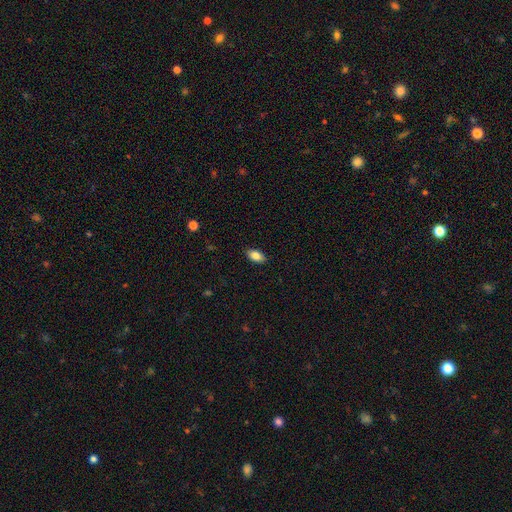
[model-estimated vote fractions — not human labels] Overall: smooth (84%). How rounded: in between (91%). Merging: none (88%).